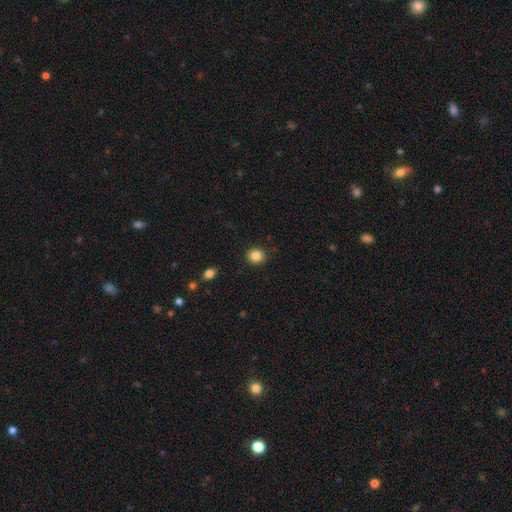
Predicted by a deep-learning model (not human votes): A smooth galaxy with no disk features (85%) that is round (84%). Merging: none (91%).